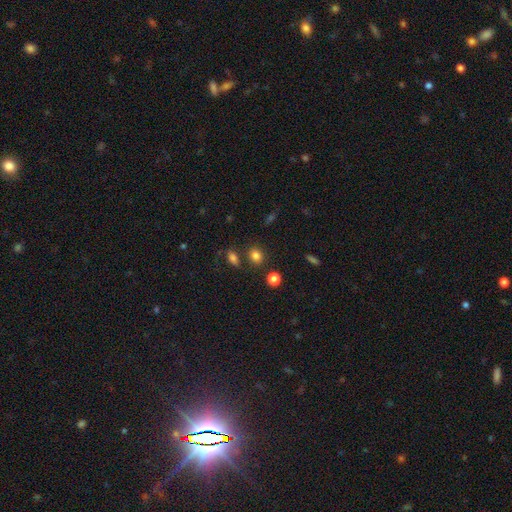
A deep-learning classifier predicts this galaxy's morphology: smooth_or_featured: smooth (p=0.82) [alt: star or artifact p=0.13]
how_rounded: round (p=0.57) [alt: in between p=0.41]
merging: none (p=0.77) [alt: minor disturbance p=0.10]